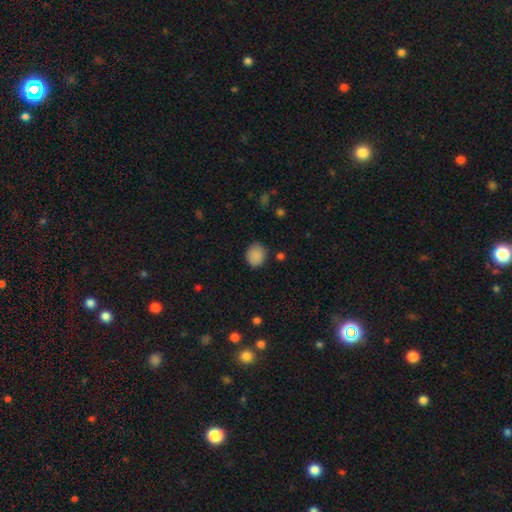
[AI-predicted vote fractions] Overall: smooth (87%). How rounded: round (74%). Merging: none (82%).